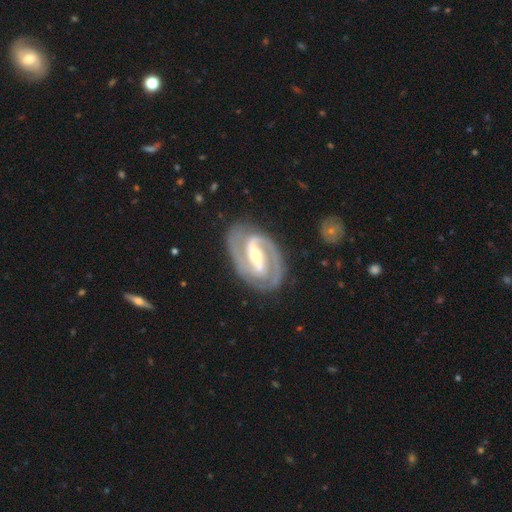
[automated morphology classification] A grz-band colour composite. It shows a featured or disk galaxy (91%) with a strong bar (66%), 2 (89%) tight (46%) spiral arms (97%) and a moderate central bulge (50%). Merging: none (80%).